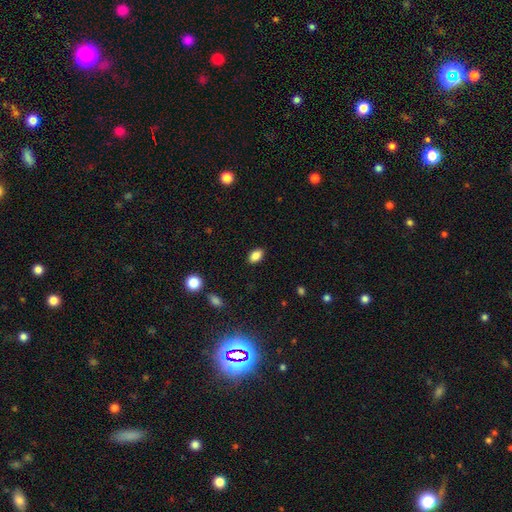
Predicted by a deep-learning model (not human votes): smooth-or-featured: smooth: 87% | star or artifact: 9% | featured or disk: 4%
  how-rounded: in between: 88% | round: 10% | cigar-shaped: 2%
  merging: none: 88% | minor disturbance: 9% | major disturbance: 2% | merger: 1%